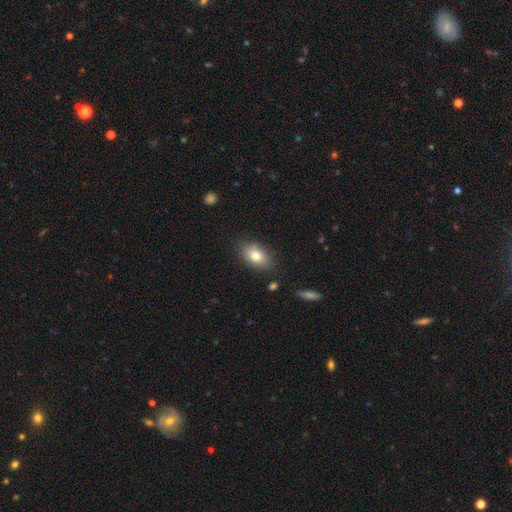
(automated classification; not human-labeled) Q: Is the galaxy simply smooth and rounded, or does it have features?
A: smooth — 78%.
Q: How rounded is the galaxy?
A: in between — 86%.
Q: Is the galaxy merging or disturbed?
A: none — 82%.